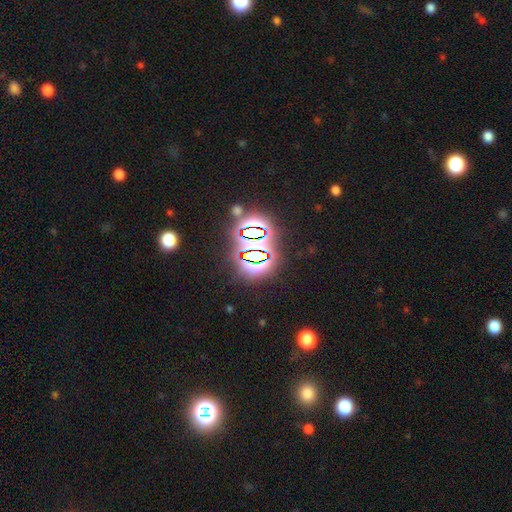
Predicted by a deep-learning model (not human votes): The model was most divided on "smooth or featured": star or artifact: 80%, smooth: 12%, featured or disk: 8%.